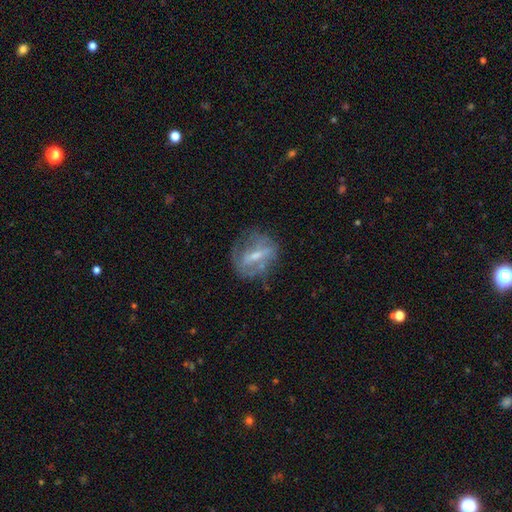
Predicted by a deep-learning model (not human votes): smooth_or_featured: featured or disk (p=0.65) [alt: smooth p=0.24]
disk_edge_on: no (p=0.88) [alt: yes p=0.12]
bar: strong (p=0.41) [alt: weak p=0.39]
has_spiral_arms: no (p=0.52) [alt: yes p=0.48]
bulge_size: small (p=0.51) [alt: moderate p=0.37]
merging: none (p=0.63) [alt: minor disturbance p=0.21]